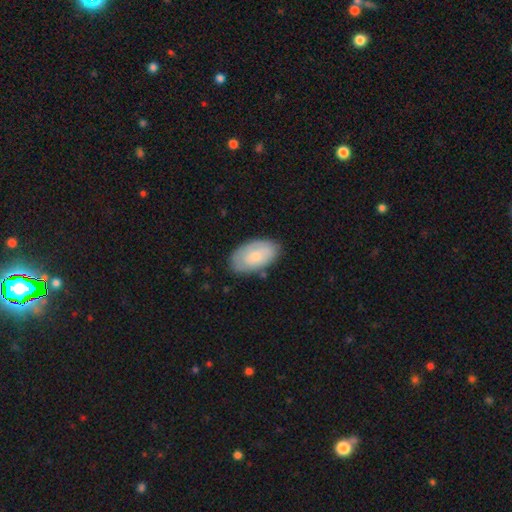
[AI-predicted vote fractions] Morphology: type=smooth (65%); roundness=in between (94%); merging=none (76%).